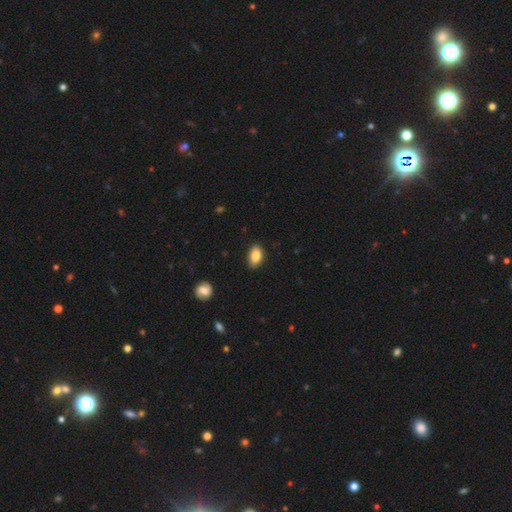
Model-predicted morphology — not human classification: Smooth or featured?
  - smooth: 85% *
  - featured or disk: 8%
  - star or artifact: 7%
How rounded?
  - in between: 91% *
  - round: 6%
  - cigar-shaped: 3%
Merging?
  - none: 84% *
  - minor disturbance: 13%
  - major disturbance: 2%
  - merger: 1%